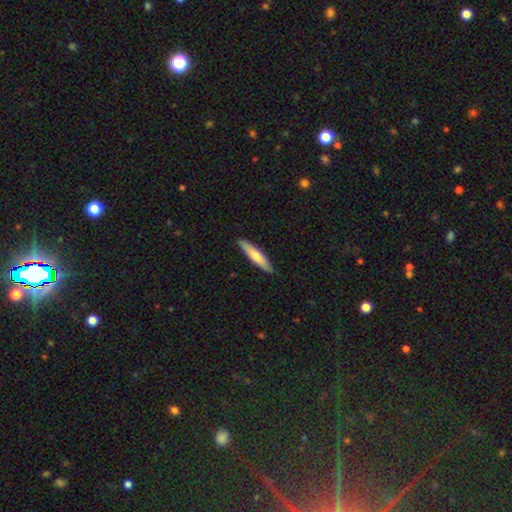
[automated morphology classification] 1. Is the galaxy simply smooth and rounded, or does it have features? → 64% smooth, 31% featured or disk, 5% star or artifact.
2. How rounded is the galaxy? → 87% cigar-shaped, 12% in between, 1% round.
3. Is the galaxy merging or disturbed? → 89% none, 8% minor disturbance, 1% major disturbance, 1% merger.